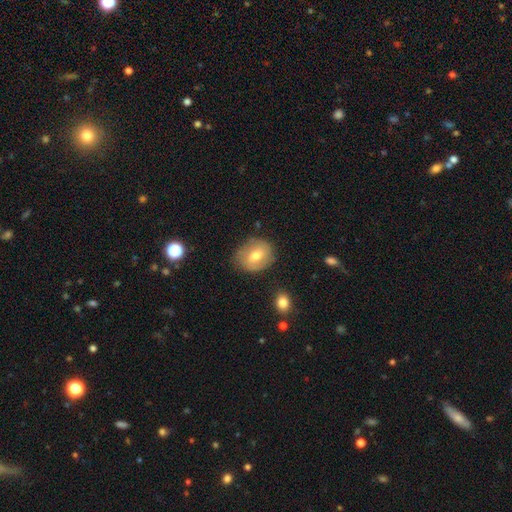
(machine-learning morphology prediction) smooth 62%, featured or disk 30%, star or artifact 8%. Down the decision tree: how rounded — round (54%); merging — none (74%).